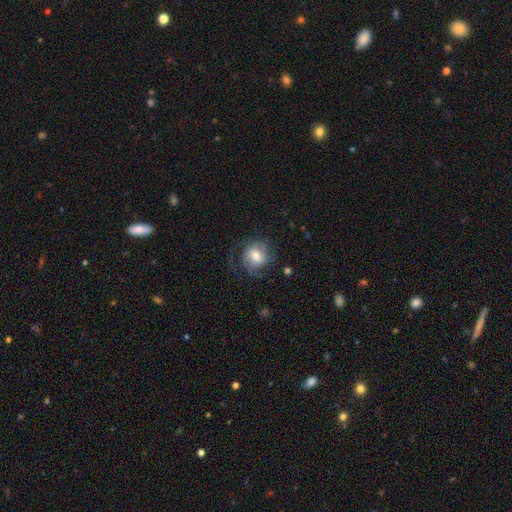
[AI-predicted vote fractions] Q: Smooth or featured?
A: featured or disk (55%); runner-up: smooth (38%)
Q: Edge-on disk?
A: no (97%); runner-up: yes (3%)
Q: Bar?
A: no (52%); runner-up: weak (40%)
Q: Spiral arms?
A: yes (86%); runner-up: no (14%)
Q: Bulge size?
A: moderate (57%); runner-up: small (24%)
Q: Merging?
A: none (60%); runner-up: minor disturbance (20%)